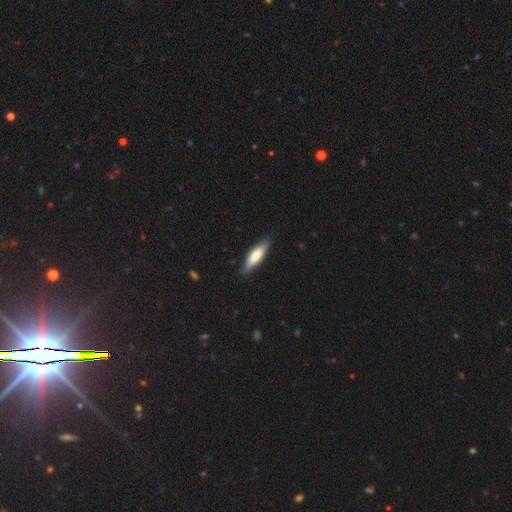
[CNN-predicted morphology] Q: Smooth or featured?
A: smooth (69%); runner-up: featured or disk (25%)
Q: How rounded?
A: cigar-shaped (61%); runner-up: in between (38%)
Q: Merging?
A: none (83%); runner-up: minor disturbance (13%)